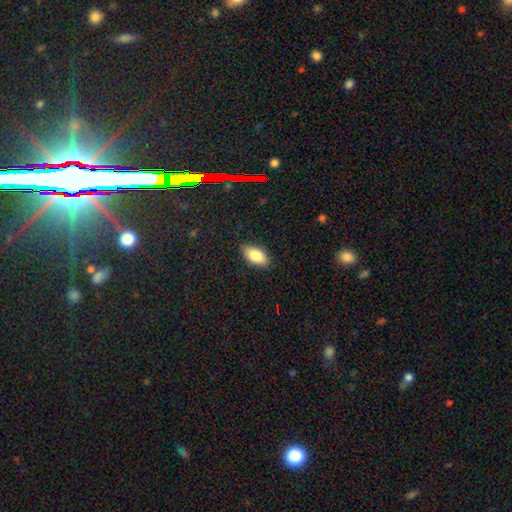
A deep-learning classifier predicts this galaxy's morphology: smooth_or_featured: smooth (p=0.84) [alt: featured or disk p=0.08]
how_rounded: in between (p=0.92) [alt: round p=0.04]
merging: none (p=0.85) [alt: minor disturbance p=0.11]